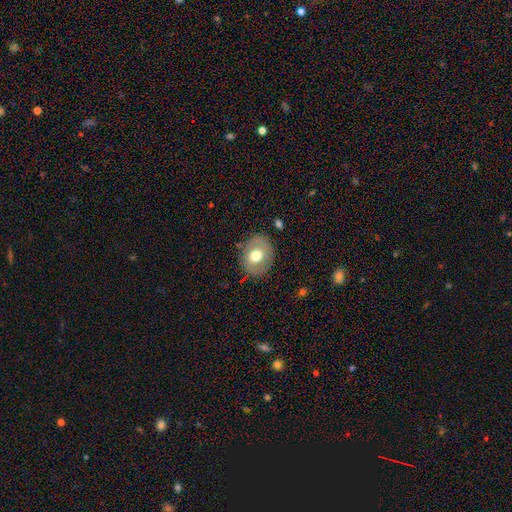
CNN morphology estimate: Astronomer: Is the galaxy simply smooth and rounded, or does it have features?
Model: smooth — 64%.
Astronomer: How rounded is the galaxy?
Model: round — 55% (runner-up: in between, 44%).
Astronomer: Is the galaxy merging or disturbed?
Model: none — 82%.